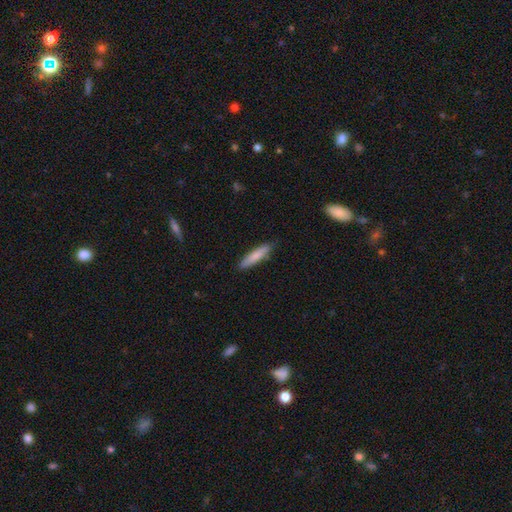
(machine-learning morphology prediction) smooth_or_featured: smooth (p=0.80) [alt: featured or disk p=0.15]
how_rounded: cigar-shaped (p=0.84) [alt: in between p=0.15]
merging: none (p=0.86) [alt: minor disturbance p=0.11]